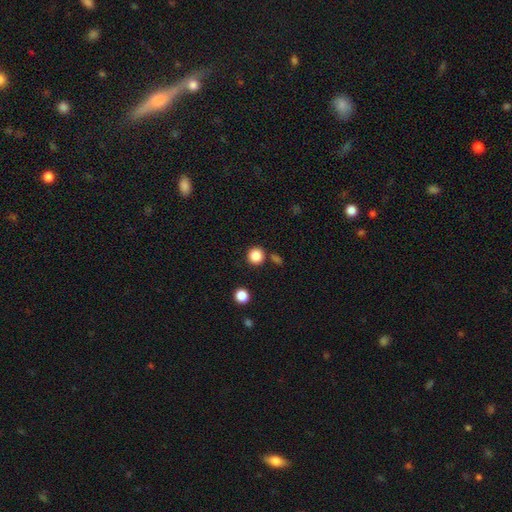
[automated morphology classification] smooth_or_featured: smooth (p=0.86) [alt: star or artifact p=0.11]
how_rounded: round (p=0.93) [alt: in between p=0.06]
merging: none (p=0.84) [alt: minor disturbance p=0.08]